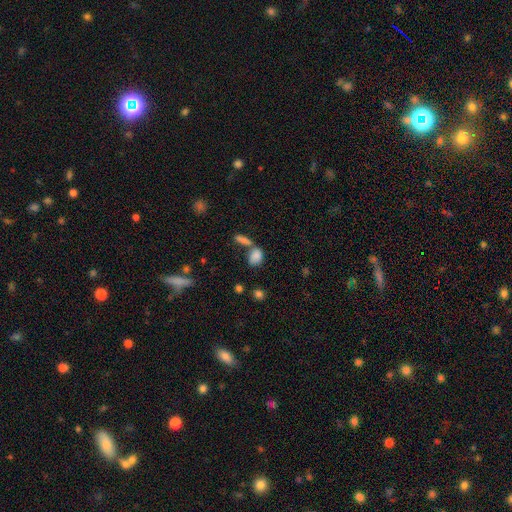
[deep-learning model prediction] The model was most divided on "merging": merger: 44%, none: 35%, minor disturbance: 13%, major disturbance: 8%. More confident: smooth or featured — smooth (81%); how rounded — in between (76%).